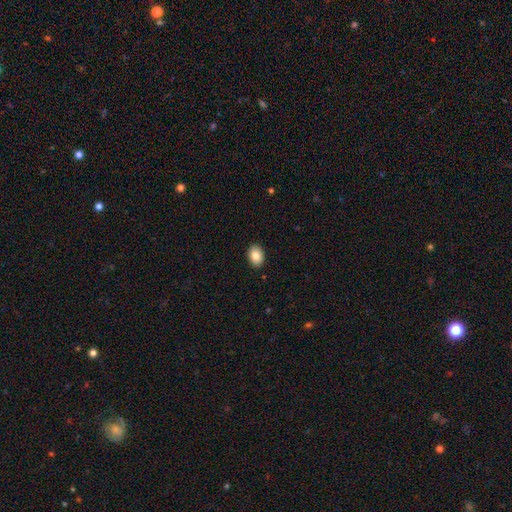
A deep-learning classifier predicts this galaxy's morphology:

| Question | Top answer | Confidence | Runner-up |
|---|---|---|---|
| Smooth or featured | smooth | 85% | star or artifact (8%) |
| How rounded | in between | 78% | round (21%) |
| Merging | none | 90% | minor disturbance (7%) |